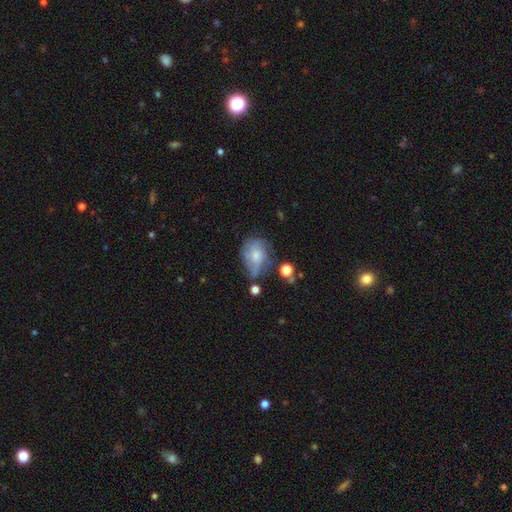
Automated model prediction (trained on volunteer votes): Morphology: type=smooth (49%); merging=none (34%, tied with minor disturbance).